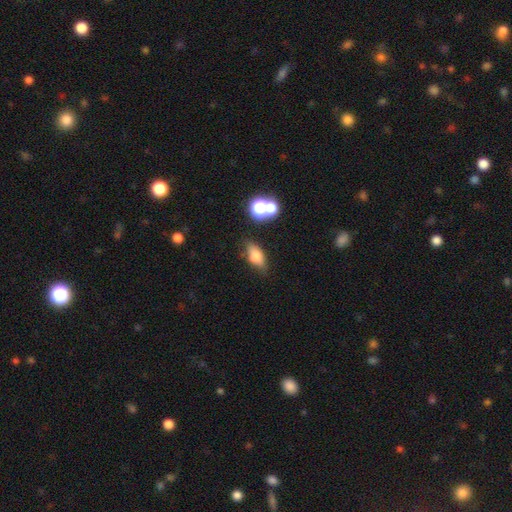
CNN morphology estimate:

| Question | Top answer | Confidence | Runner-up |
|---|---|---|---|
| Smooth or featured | smooth | 71% | featured or disk (18%) |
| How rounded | in between | 79% | cigar-shaped (11%) |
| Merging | none | 70% | minor disturbance (18%) |